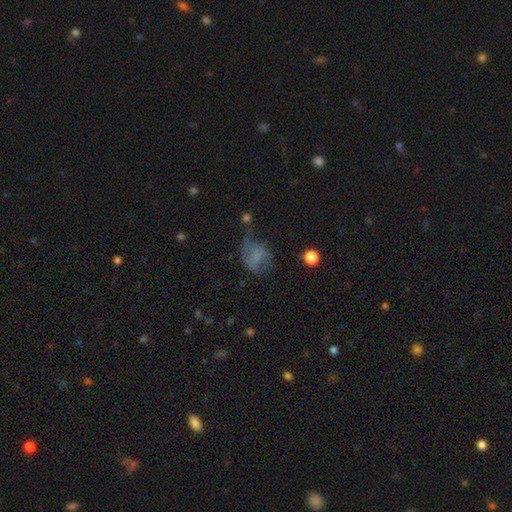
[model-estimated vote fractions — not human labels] A smooth galaxy with no disk features (57%) that is in between round and cigar-shaped (60%).

Vote fractions:
- Smooth or featured? smooth: 57% / featured or disk: 28% / star or artifact: 15%
- How rounded? in between: 60% / round: 38% / cigar-shaped: 2%
- Merging? none: 41% / minor disturbance: 28% / major disturbance: 27% / merger: 4%